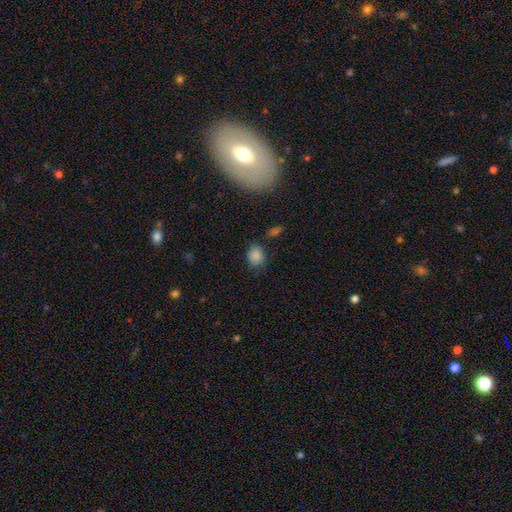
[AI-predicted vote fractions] Smooth or featured? smooth (84%)
How rounded? round (55%)
Merging? none (72%)